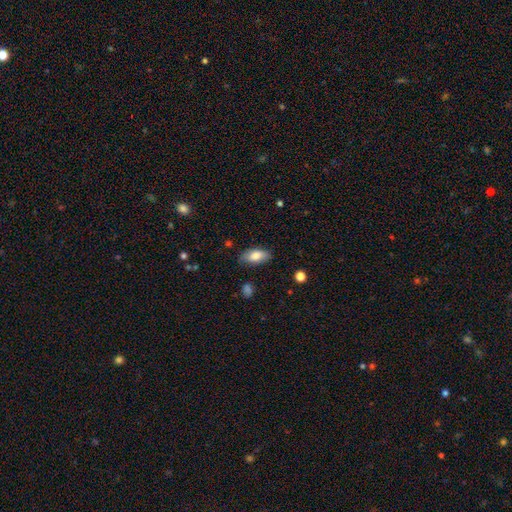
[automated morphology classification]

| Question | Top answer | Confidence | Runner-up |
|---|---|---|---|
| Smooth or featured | smooth | 78% | featured or disk (15%) |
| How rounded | in between | 89% | cigar-shaped (8%) |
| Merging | none | 81% | minor disturbance (14%) |